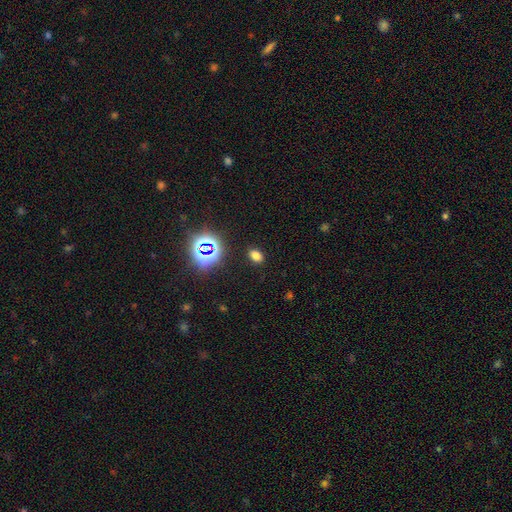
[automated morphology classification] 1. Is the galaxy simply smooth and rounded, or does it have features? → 70% smooth, 24% star or artifact, 6% featured or disk.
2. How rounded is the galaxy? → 78% in between, 20% round, 2% cigar-shaped.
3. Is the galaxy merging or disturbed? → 88% none, 8% minor disturbance, 3% major disturbance, 2% merger.